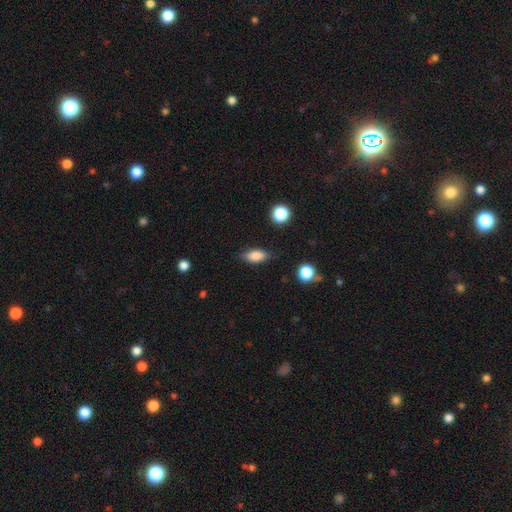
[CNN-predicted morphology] A smooth galaxy with no disk features (83%) that is in between round and cigar-shaped (83%).

Vote fractions:
- Smooth or featured? smooth: 83% / featured or disk: 9% / star or artifact: 8%
- How rounded? in between: 83% / cigar-shaped: 12% / round: 6%
- Merging? none: 81% / minor disturbance: 14% / major disturbance: 3% / merger: 2%